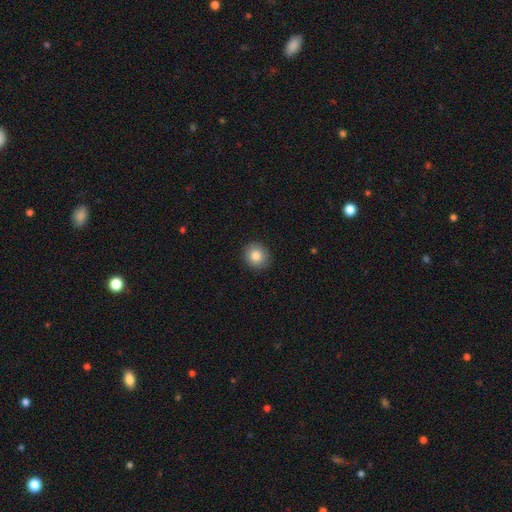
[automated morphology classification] type=smooth (83%); roundness=round (85%); merging=none (91%).